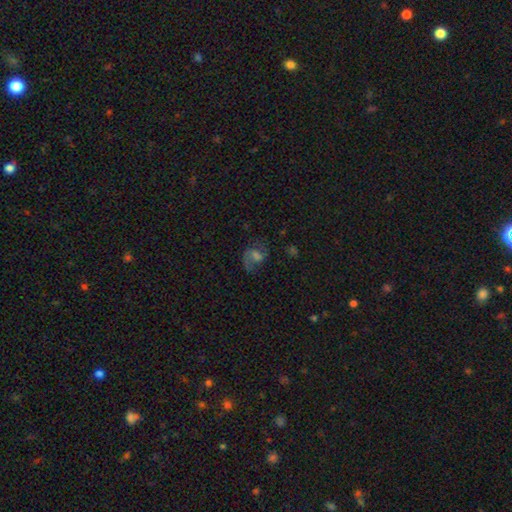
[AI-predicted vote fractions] featured or disk 53%, smooth 30%, star or artifact 18%. Down the decision tree: edge-on disk — no (97%); bar — weak (45%); spiral arms — yes (82%); bulge size — moderate (36%); merging — none (51%).